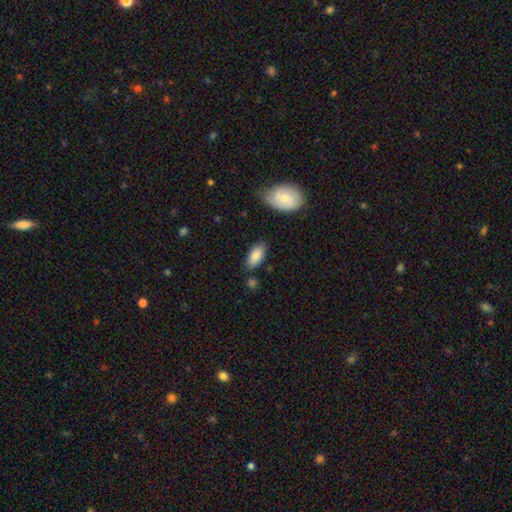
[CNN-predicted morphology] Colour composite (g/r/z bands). It shows a smooth galaxy with no disk features (85%) that is in between round and cigar-shaped (90%). Merging: none (76%).